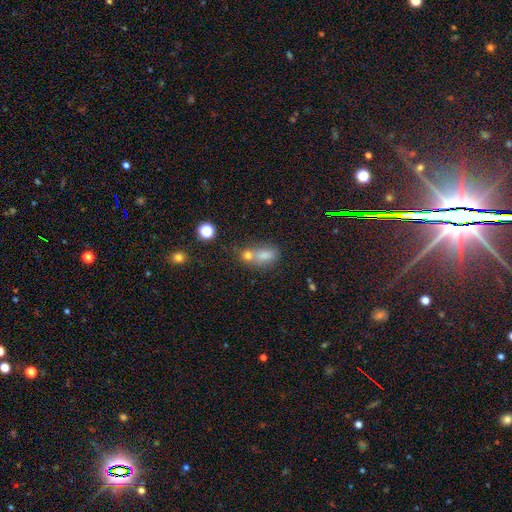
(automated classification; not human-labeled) Smooth or featured?
  - smooth: 60% *
  - star or artifact: 24%
  - featured or disk: 16%
How rounded?
  - in between: 57% *
  - round: 38%
  - cigar-shaped: 5%
Merging?
  - merger: 54% *
  - none: 33%
  - minor disturbance: 8%
  - major disturbance: 4%